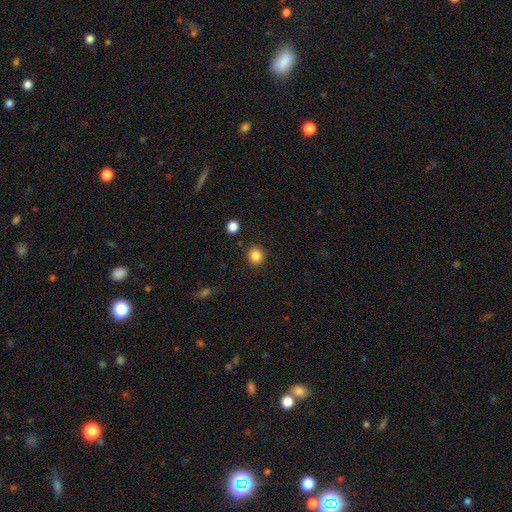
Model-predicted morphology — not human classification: This is clearly a smooth galaxy (85%). How rounded: clearly round (90%). Merging: clearly none (90%).